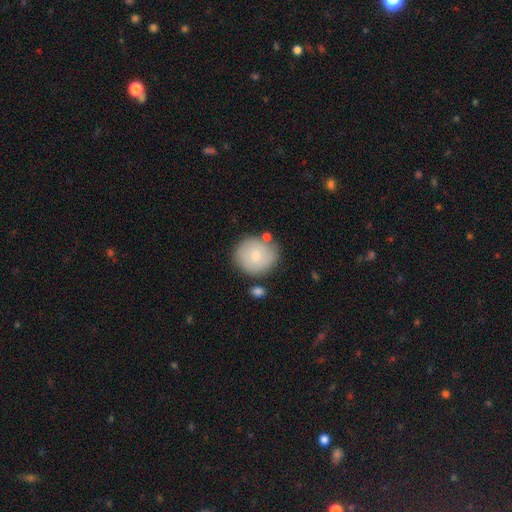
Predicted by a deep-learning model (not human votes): smooth 73%, featured or disk 21%, star or artifact 6%. Down the decision tree: how rounded — round (89%); merging — none (73%).